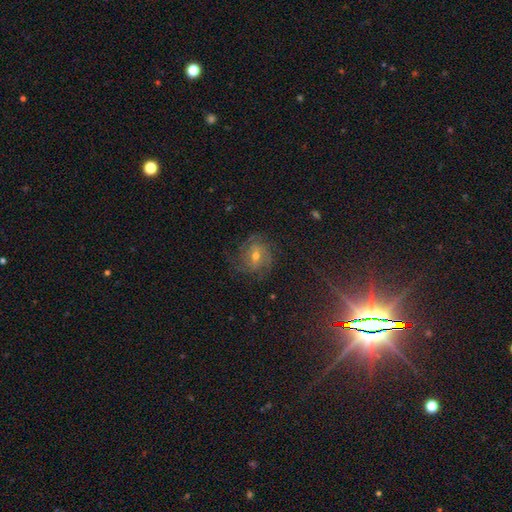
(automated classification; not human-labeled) The model was most divided on "bar": weak: 44%, no: 43%, strong: 13%. Remaining: edge-on disk — no (97%); spiral arms — yes (94%); merging — none (74%); smooth or featured — featured or disk (71%); bulge size — moderate (58%); spiral winding — tight (55%); spiral arm count — can't tell (30%).